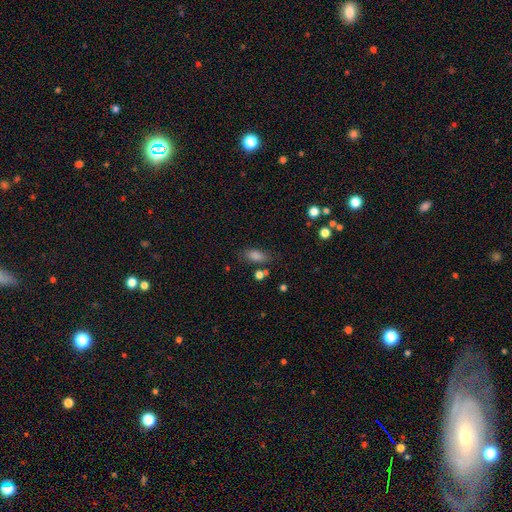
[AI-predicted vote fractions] The model was most divided on "merging": none: 73%, minor disturbance: 16%, merger: 6%, major disturbance: 5%. More confident: how rounded — in between (83%); smooth or featured — smooth (80%).